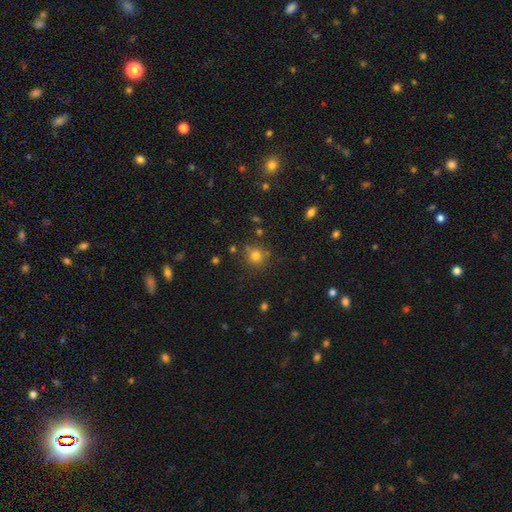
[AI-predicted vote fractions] This appears to be a smooth galaxy with no disk features (76%) that is round (89%). Merging: none (77%).